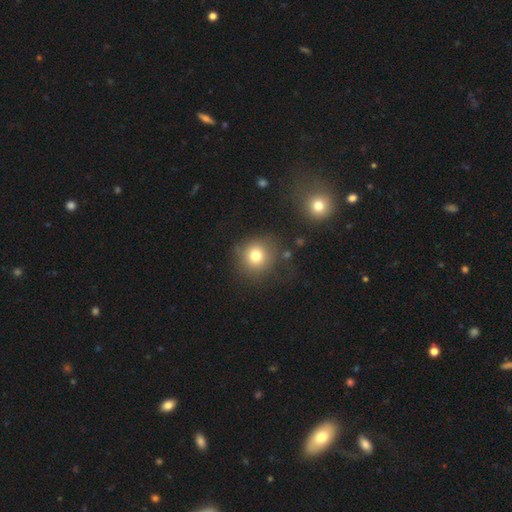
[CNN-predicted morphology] type=smooth (77%); roundness=round (90%); merging=none (78%).